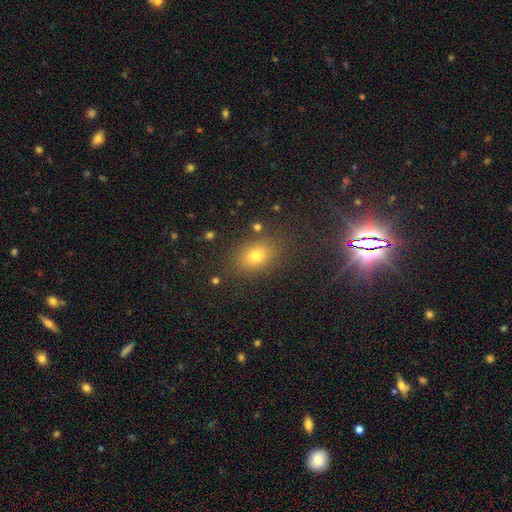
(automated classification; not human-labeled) This is likely a smooth galaxy (70%). How rounded: likely in between (71%). Merging: clearly none (82%).